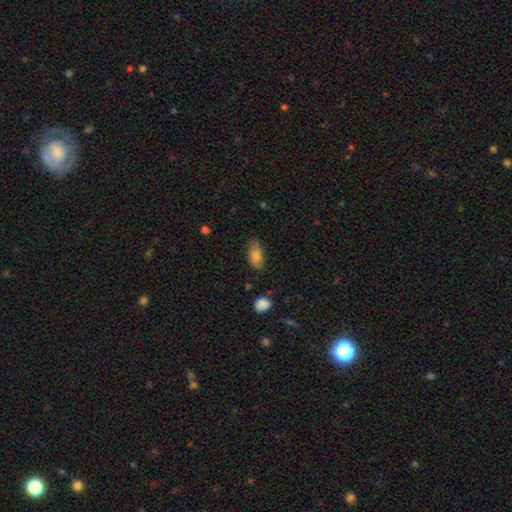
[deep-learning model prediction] Q: Smooth or featured?
A: smooth (81%); runner-up: featured or disk (11%)
Q: How rounded?
A: in between (88%); runner-up: cigar-shaped (8%)
Q: Merging?
A: none (74%); runner-up: minor disturbance (21%)